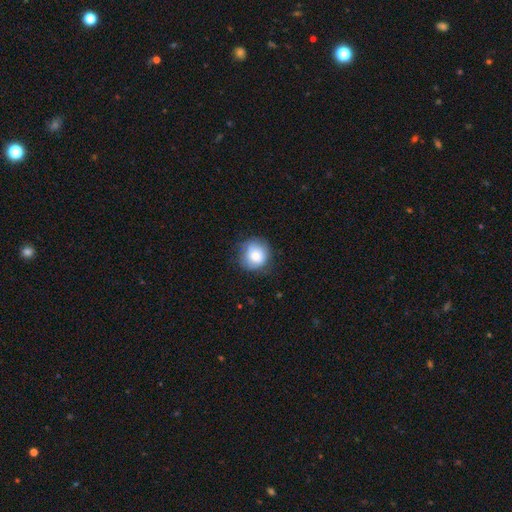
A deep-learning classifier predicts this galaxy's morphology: Q: Smooth or featured?
A: smooth (80%); runner-up: featured or disk (12%)
Q: How rounded?
A: round (88%); runner-up: in between (11%)
Q: Merging?
A: none (71%); runner-up: minor disturbance (21%)